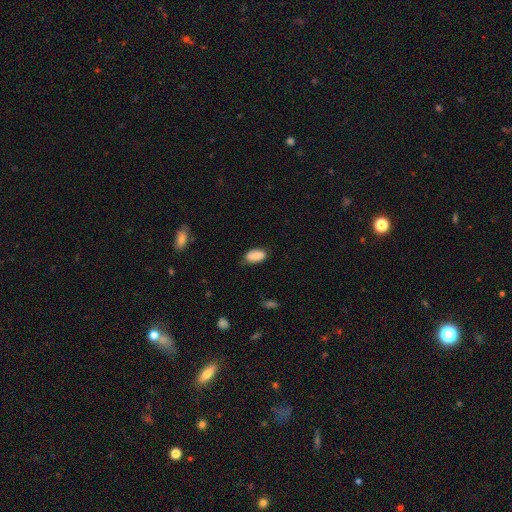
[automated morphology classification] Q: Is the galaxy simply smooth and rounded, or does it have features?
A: smooth — 80%.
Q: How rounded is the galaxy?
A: in between — 93%.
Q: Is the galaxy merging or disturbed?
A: none — 72%.